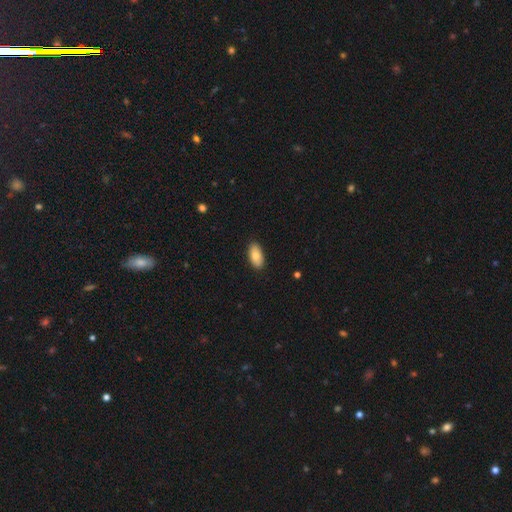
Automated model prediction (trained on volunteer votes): A smooth galaxy with no disk features (82%) that is in between round and cigar-shaped (92%). Merging: none (88%).